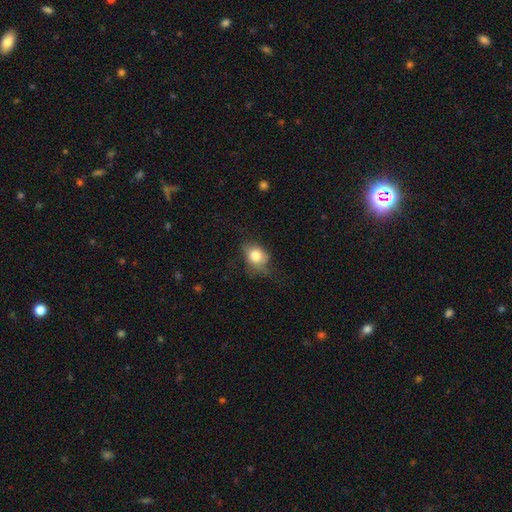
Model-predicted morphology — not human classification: This appears to be a smooth galaxy with no disk features (75%) that is in between round and cigar-shaped (56%). Merging: none (44%).